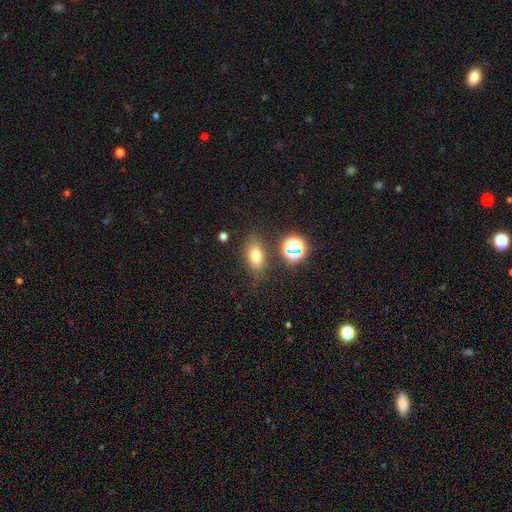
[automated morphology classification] The model was most divided on "smooth or featured": smooth: 72%, star or artifact: 17%, featured or disk: 11%. More confident: how rounded — in between (79%); merging — none (78%).